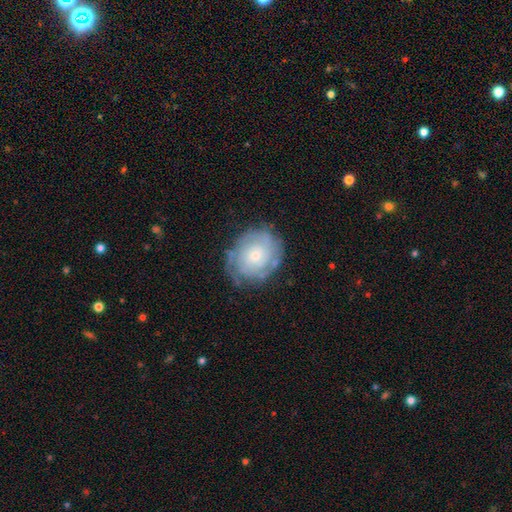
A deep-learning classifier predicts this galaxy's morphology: This is likely a featured or disk galaxy (71%). It is clearly not viewed edge-on (97%). Bar: clearly no (80%). Spiral arm pattern: clearly yes (86%). Spiral arm count: possibly can't tell (51%). Spiral winding: likely tight (75%). Central bulge: likely small (64%). Merging: likely none (73%).